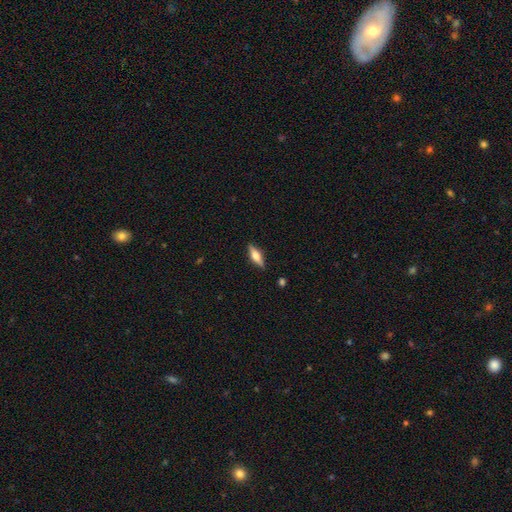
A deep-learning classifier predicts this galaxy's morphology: Smooth or featured? Predicted: featured or disk (p=0.57). Edge-on disk? Predicted: yes (p=0.95). Edge-on bulge? Predicted: rounded (p=0.88). Merging? Predicted: none (p=0.88).